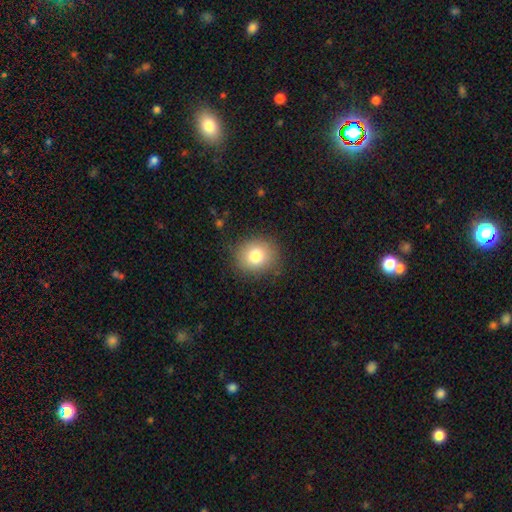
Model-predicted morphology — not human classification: A smooth galaxy with no disk features (80%) that is round (77%). Merging: none (83%).